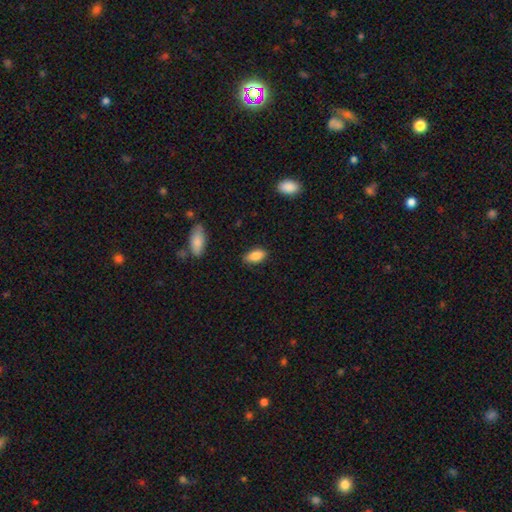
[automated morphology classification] A smooth galaxy with no disk features (86%) that is in between round and cigar-shaped (90%). Merging: none (83%).